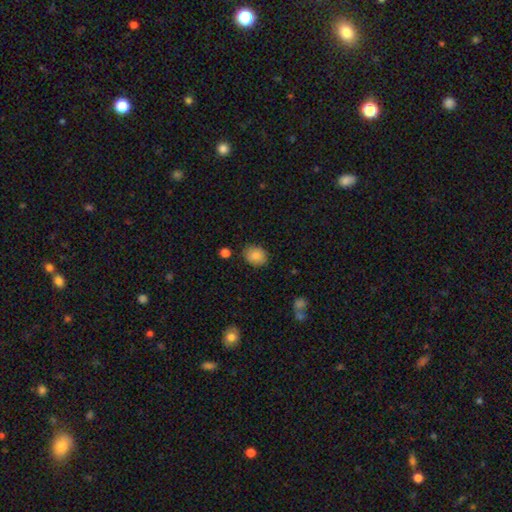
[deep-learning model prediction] smooth-or-featured: smooth: 84% | star or artifact: 8% | featured or disk: 7%
  how-rounded: round: 55% | in between: 44% | cigar-shaped: 1%
  merging: none: 84% | minor disturbance: 12% | major disturbance: 3% | merger: 2%